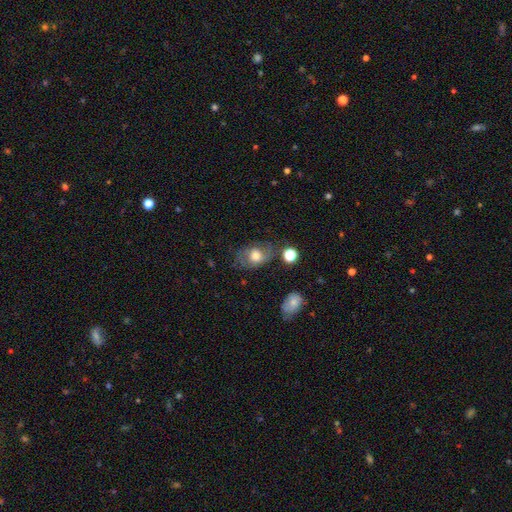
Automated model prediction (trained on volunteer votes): smooth 54%, featured or disk 36%, star or artifact 10%. Down the decision tree: how rounded — in between (67%); merging — none (56%).